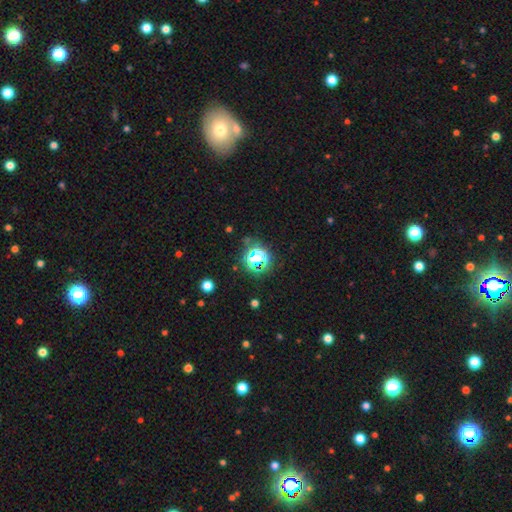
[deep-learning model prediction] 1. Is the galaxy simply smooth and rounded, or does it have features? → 63% star or artifact, 27% smooth, 10% featured or disk.